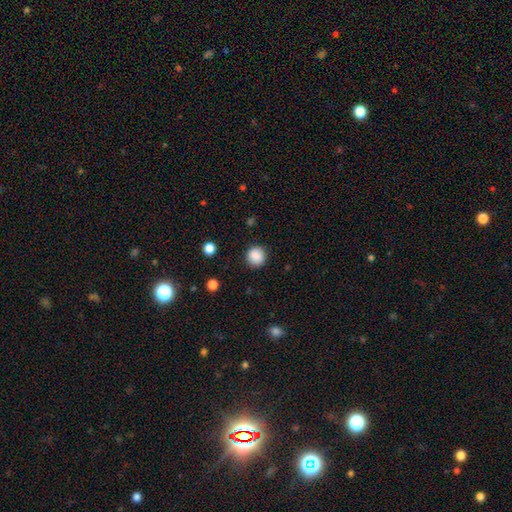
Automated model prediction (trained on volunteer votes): smooth 88%, star or artifact 9%, featured or disk 3%. Down the decision tree: how rounded — round (91%); merging — none (89%).